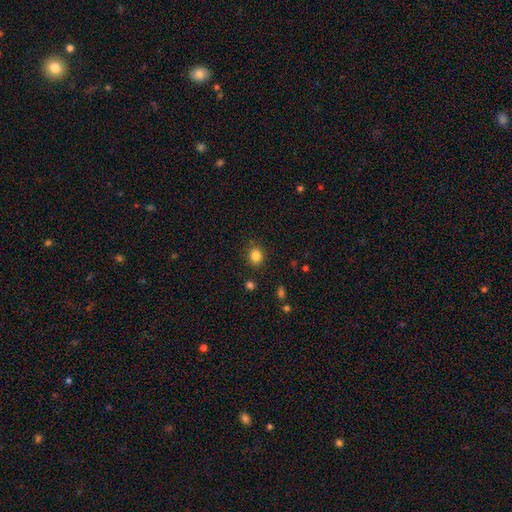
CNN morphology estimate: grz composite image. It shows a smooth galaxy with no disk features (84%) that is round (77%). Merging: none (88%).